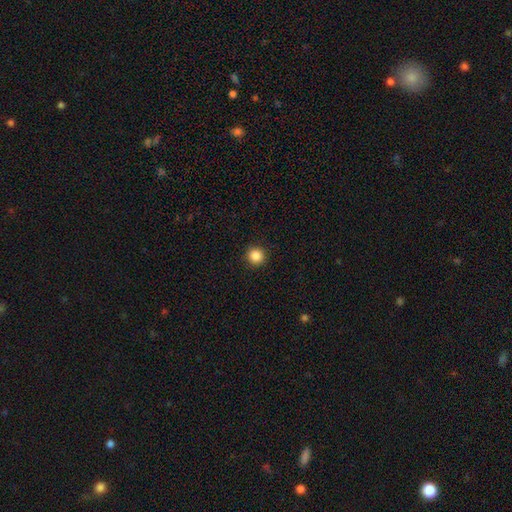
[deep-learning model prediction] Smooth or featured: smooth — 86% (star or artifact — 11%)
How rounded: round — 95% (in between — 4%)
Merging: none — 93% (minor disturbance — 5%)